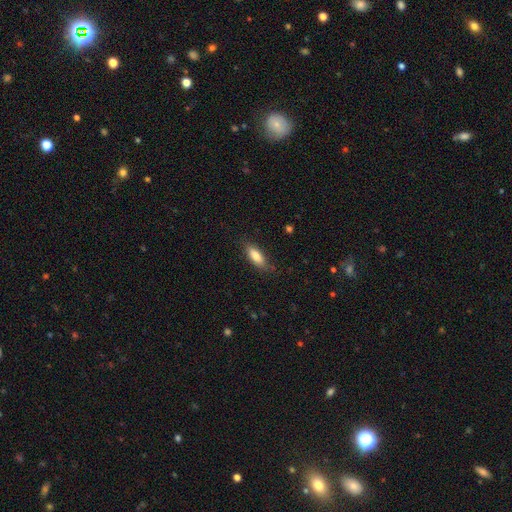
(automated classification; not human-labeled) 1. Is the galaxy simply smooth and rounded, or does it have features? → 81% smooth, 12% featured or disk, 7% star or artifact.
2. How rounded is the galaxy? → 64% in between, 34% cigar-shaped, 2% round.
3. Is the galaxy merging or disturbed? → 79% none, 16% minor disturbance, 4% major disturbance, 1% merger.